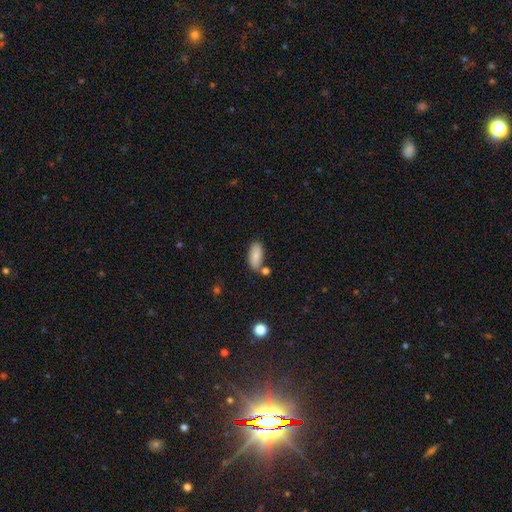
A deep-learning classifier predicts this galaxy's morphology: Smooth or featured? smooth (85%)
How rounded? in between (89%)
Merging? none (72%)